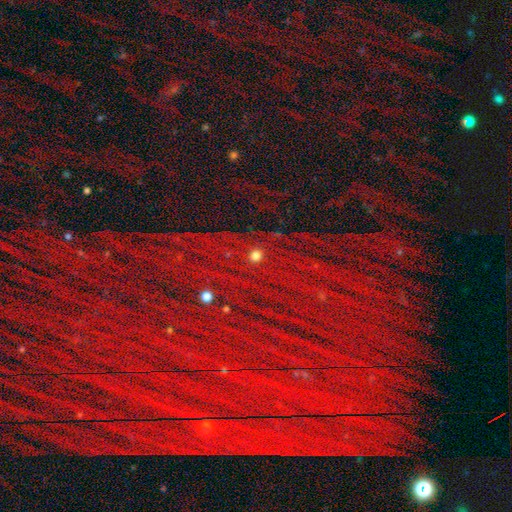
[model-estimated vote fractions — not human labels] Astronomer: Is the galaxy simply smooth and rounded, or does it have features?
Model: star or artifact — 54% (runner-up: smooth, 34%).